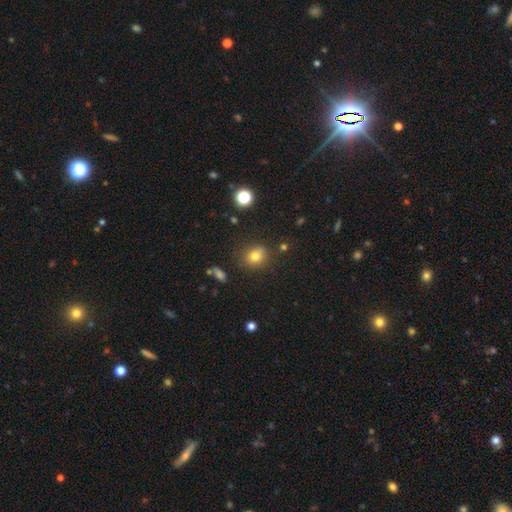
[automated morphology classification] type=smooth (77%); roundness=round (64%); merging=none (79%).